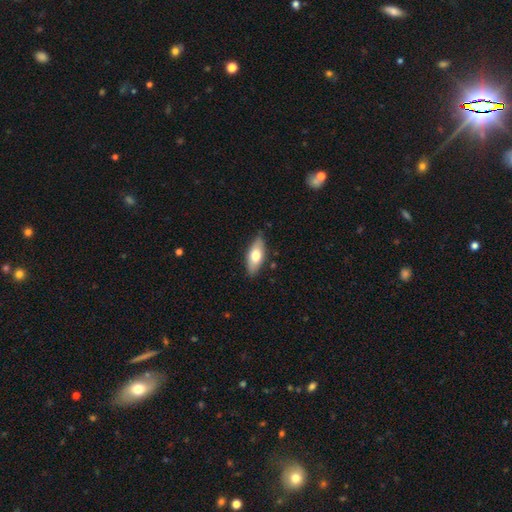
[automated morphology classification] type=smooth (68%); roundness=in between (79%); merging=none (82%).